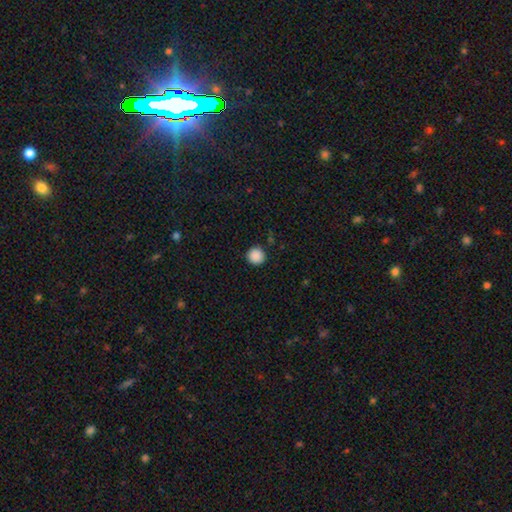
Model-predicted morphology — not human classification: Q: Smooth or featured?
A: smooth (89%); runner-up: star or artifact (9%)
Q: How rounded?
A: round (95%); runner-up: in between (4%)
Q: Merging?
A: none (91%); runner-up: minor disturbance (6%)